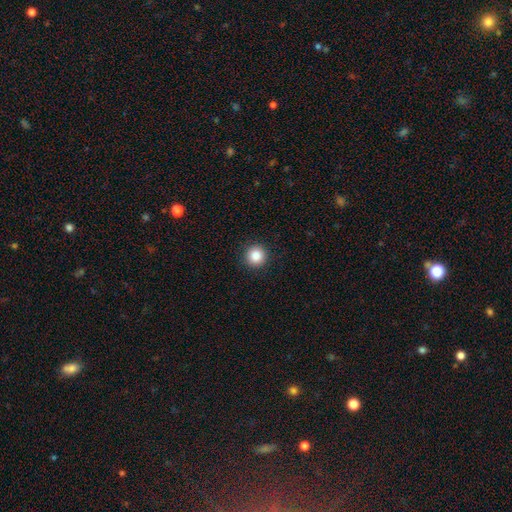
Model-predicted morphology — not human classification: smooth_or_featured: smooth (p=0.87) [alt: star or artifact p=0.10]
how_rounded: round (p=0.95) [alt: in between p=0.04]
merging: none (p=0.93) [alt: minor disturbance p=0.05]